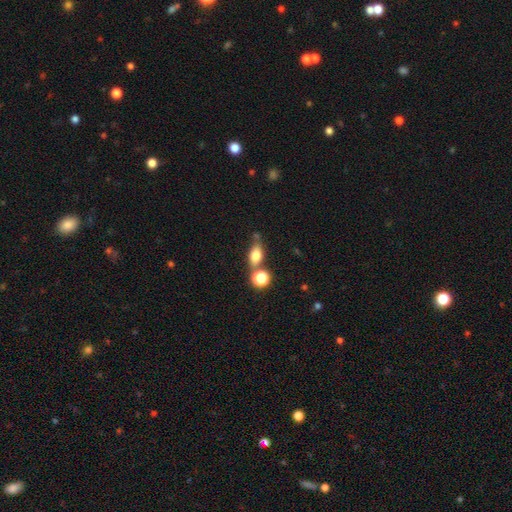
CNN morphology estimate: Overall: smooth (76%). How rounded: in between (72%). Merging: none (53%; merger 28%).